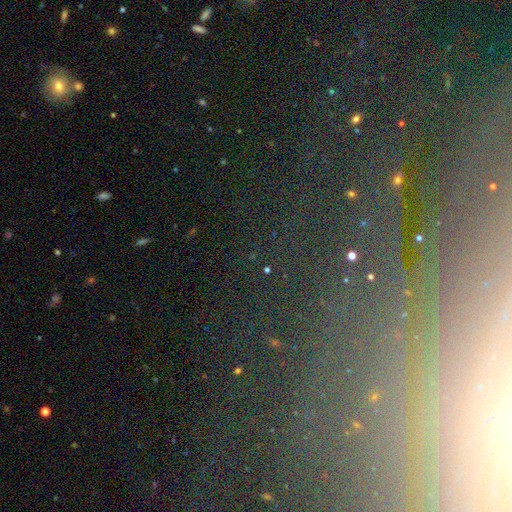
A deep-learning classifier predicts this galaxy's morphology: Q: Smooth or featured?
A: star or artifact (65%); runner-up: featured or disk (19%)